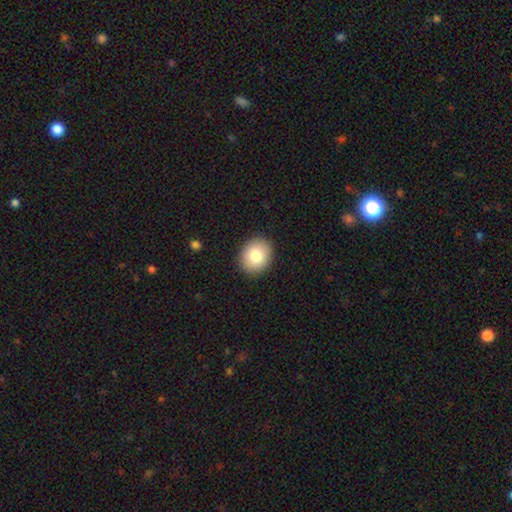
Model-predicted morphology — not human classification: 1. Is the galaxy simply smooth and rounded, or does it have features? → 80% smooth, 11% featured or disk, 8% star or artifact.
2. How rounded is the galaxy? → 62% round, 38% in between, 1% cigar-shaped.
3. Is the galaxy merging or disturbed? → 90% none, 7% minor disturbance, 2% major disturbance, 1% merger.